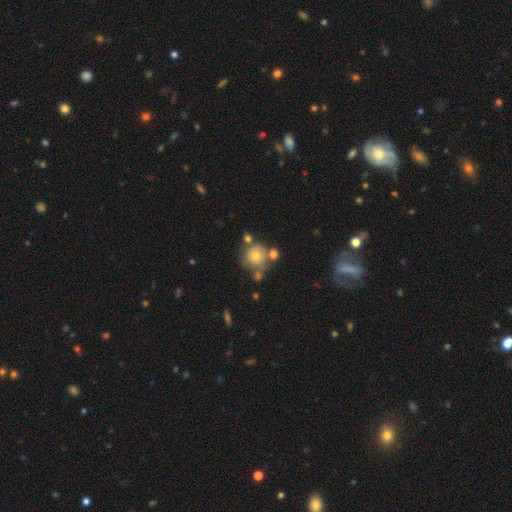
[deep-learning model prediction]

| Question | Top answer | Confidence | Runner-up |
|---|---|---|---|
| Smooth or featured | smooth | 61% | featured or disk (28%) |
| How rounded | round | 88% | in between (11%) |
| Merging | none | 52% | merger (22%) |